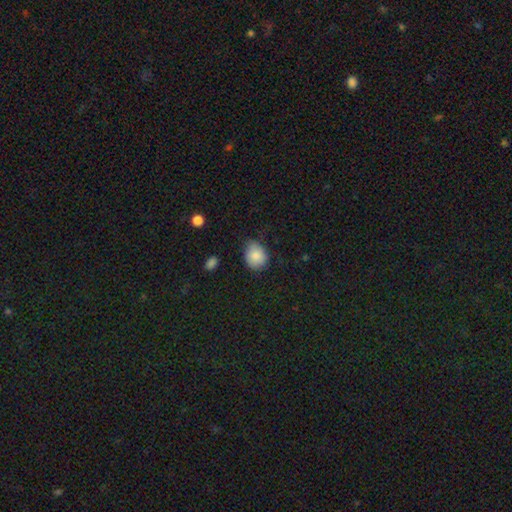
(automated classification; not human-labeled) Morphology: type=smooth (85%); roundness=round (59%); merging=none (60%).